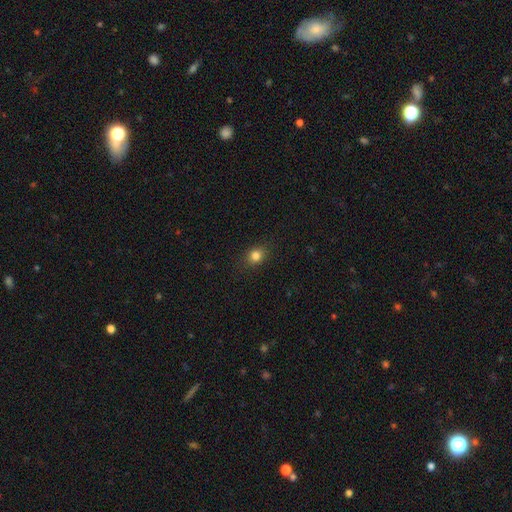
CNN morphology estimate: This appears to be a smooth galaxy with no disk features (81%) that is round (57%). Merging: none (86%).